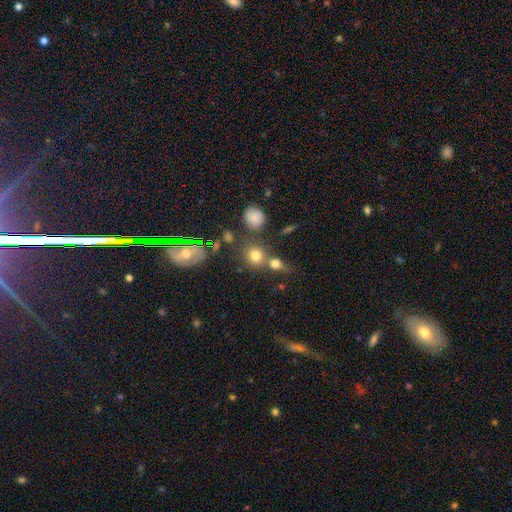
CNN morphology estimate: A smooth galaxy with no disk features (75%) that is round (81%). Merging: none (58%).